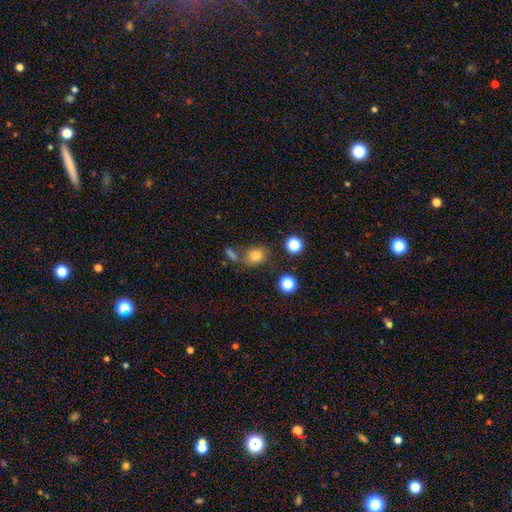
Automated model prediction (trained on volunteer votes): Q: Smooth or featured?
A: smooth (78%); runner-up: star or artifact (14%)
Q: How rounded?
A: in between (51%); runner-up: round (48%)
Q: Merging?
A: none (63%); runner-up: merger (15%)